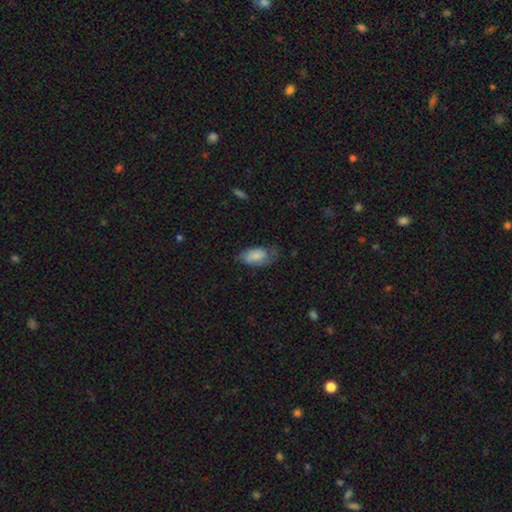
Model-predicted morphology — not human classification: A smooth galaxy with no disk features (60%) that is in between round and cigar-shaped (92%). Merging: none (54%).